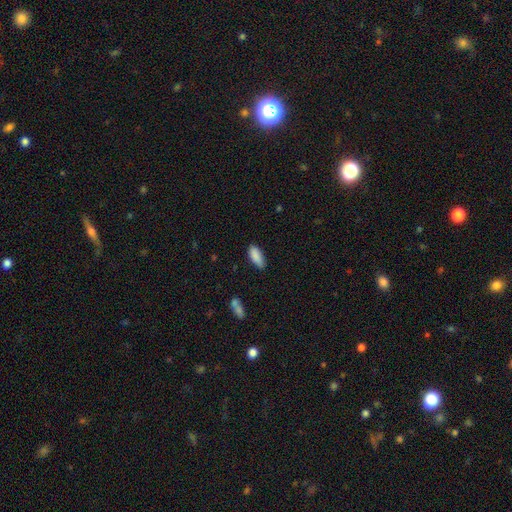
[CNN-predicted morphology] This is clearly a smooth galaxy (89%). How rounded: clearly in between (84%). Merging: likely none (79%).